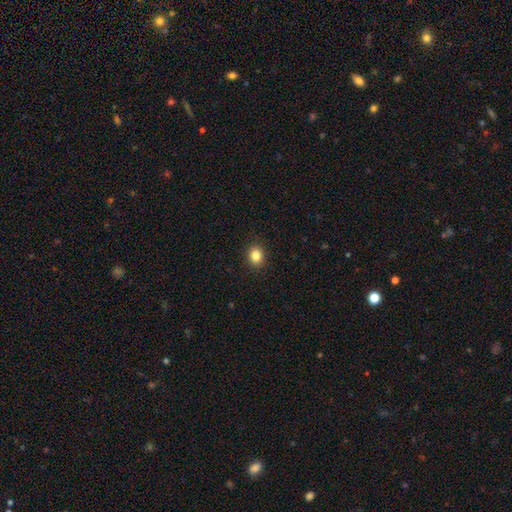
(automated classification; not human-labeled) A smooth galaxy with no disk features (84%) that is round (60%). Merging: none (90%).